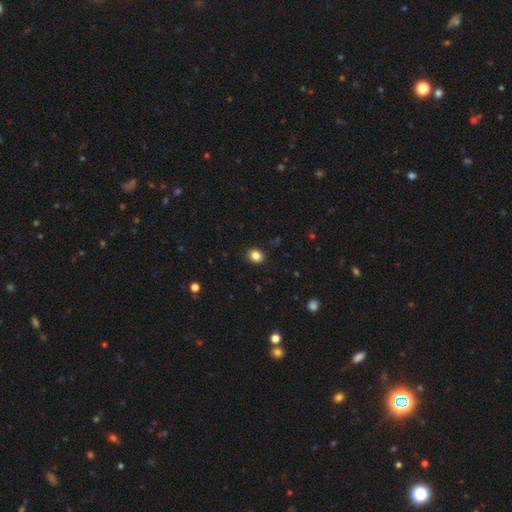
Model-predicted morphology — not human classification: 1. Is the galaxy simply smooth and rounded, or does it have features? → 85% smooth, 11% star or artifact, 4% featured or disk.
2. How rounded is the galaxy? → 64% round, 35% in between, 1% cigar-shaped.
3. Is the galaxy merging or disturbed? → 90% none, 7% minor disturbance, 2% major disturbance, 1% merger.